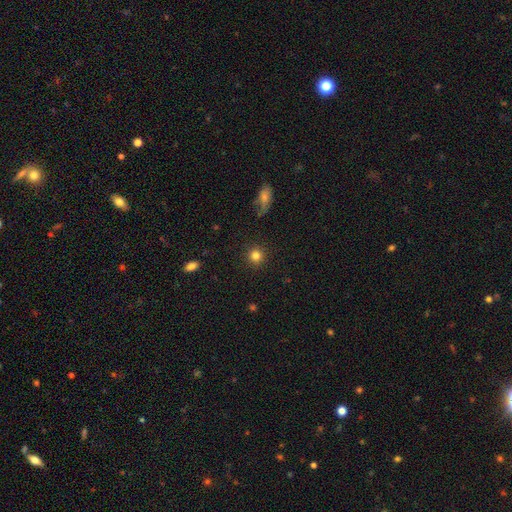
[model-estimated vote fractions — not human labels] Morphology: type=smooth (83%); roundness=round (93%); merging=none (91%).